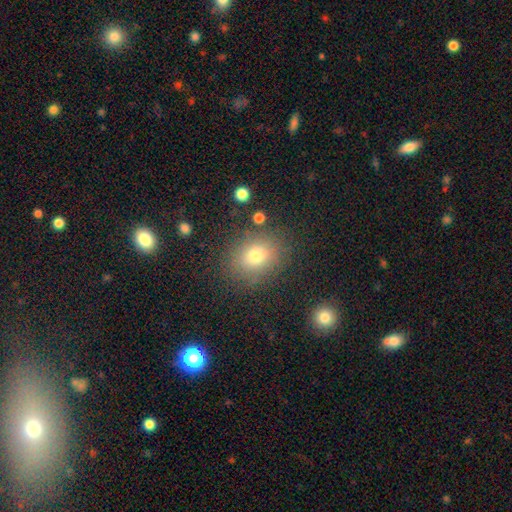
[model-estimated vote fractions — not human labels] Q: Smooth or featured?
A: smooth (75%); runner-up: star or artifact (14%)
Q: How rounded?
A: in between (51%); runner-up: round (48%)
Q: Merging?
A: none (82%); runner-up: minor disturbance (11%)